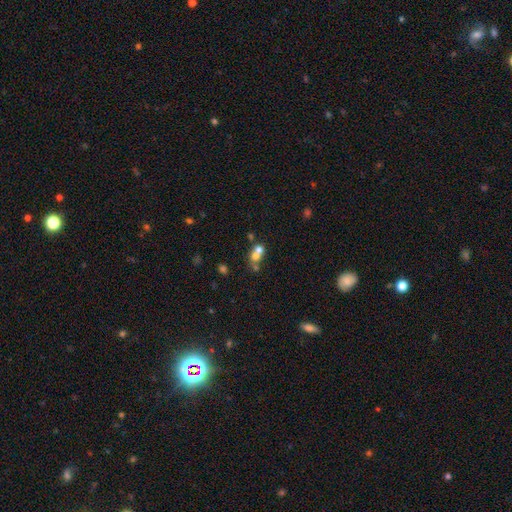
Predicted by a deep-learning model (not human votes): smooth_or_featured: smooth (p=0.60) [alt: featured or disk p=0.24]
how_rounded: round (p=0.71) [alt: in between p=0.27]
merging: merger (p=0.61) [alt: none p=0.29]